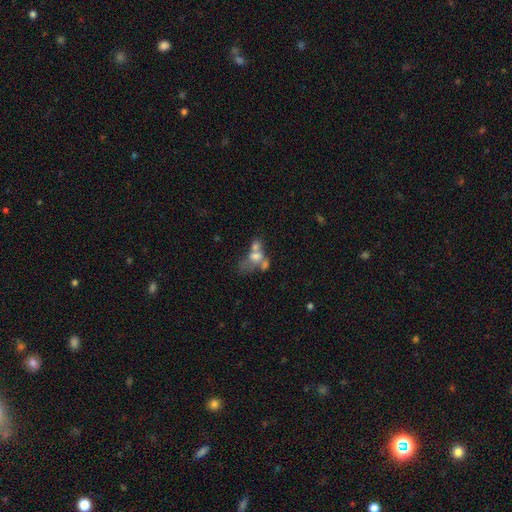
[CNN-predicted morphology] Smooth or featured: smooth — 53% (featured or disk — 34%)
How rounded: in between — 66% (round — 31%)
Merging: merger — 63% (none — 15%)